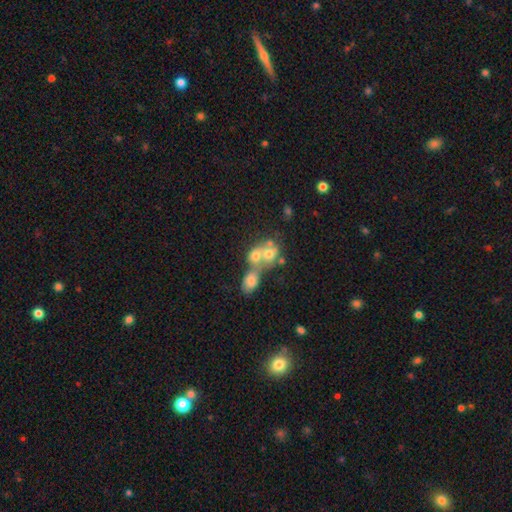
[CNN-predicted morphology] A smooth galaxy with no disk features (59%) that is round (58%). Merging: merger (68%).